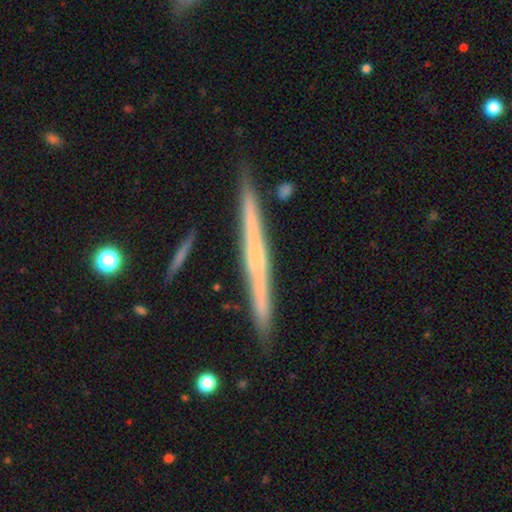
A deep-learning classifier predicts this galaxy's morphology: A featured or disk galaxy (66%) viewed edge-on (98%) with no central bulge (70%). Merging: none (90%).